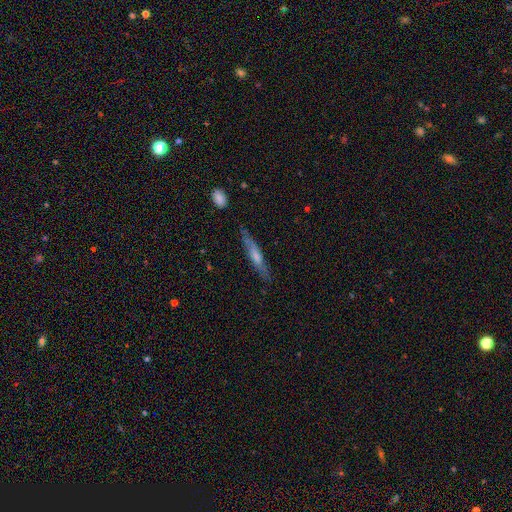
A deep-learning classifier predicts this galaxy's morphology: type=featured or disk (54%); edge-on=yes (82%); merging=none (76%).